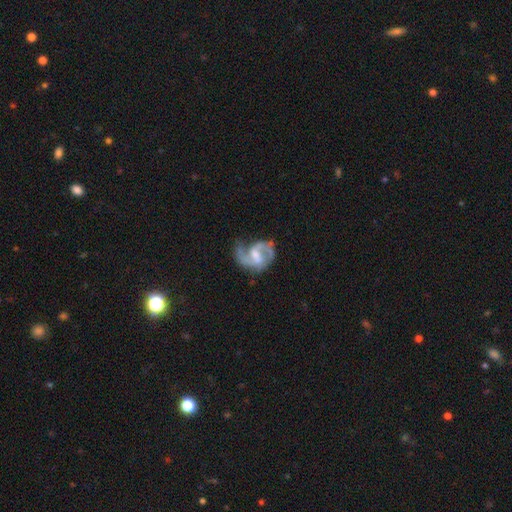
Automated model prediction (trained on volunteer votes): A featured or disk galaxy (83%) with a weak bar (56%), 2 (76%) medium (50%) spiral arms (92%) and a moderate central bulge (38%).

Vote fractions:
- Smooth or featured? featured or disk: 83% / smooth: 12% / star or artifact: 6%
- Edge-on disk? no: 98% / yes: 2%
- Bar? weak: 56% / no: 24% / strong: 21%
- Spiral arms? yes: 92% / no: 8%
- Spiral winding? medium: 50% / loose: 36% / tight: 14%
- Spiral arm count? 2: 76% / can't tell: 8% / 1: 7% / 3: 6% / 4: 2% / more than 4: 2%
- Bulge size? moderate: 38% / small: 33% / none: 21% / large: 6% / dominant: 1%
- Merging? none: 48% / major disturbance: 24% / minor disturbance: 24% / merger: 4%